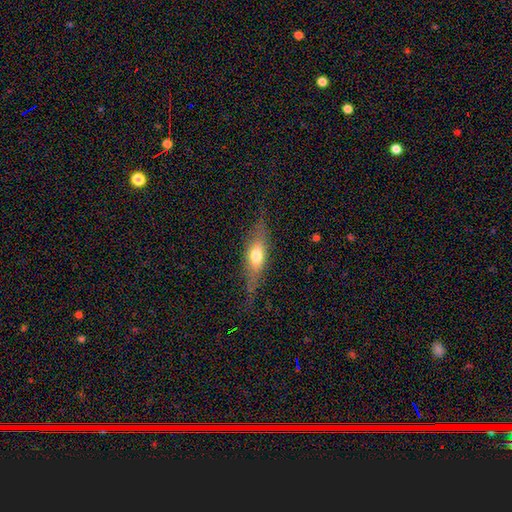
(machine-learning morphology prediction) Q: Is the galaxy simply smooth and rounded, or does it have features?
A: featured or disk — 46%, tied with smooth.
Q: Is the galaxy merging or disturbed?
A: none — 73%.